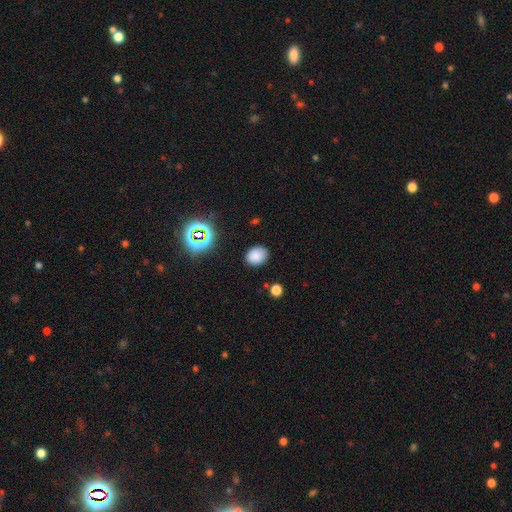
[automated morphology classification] Smooth or featured: smooth — 80% (star or artifact — 14%)
How rounded: round — 53% (in between — 46%)
Merging: none — 83% (minor disturbance — 13%)